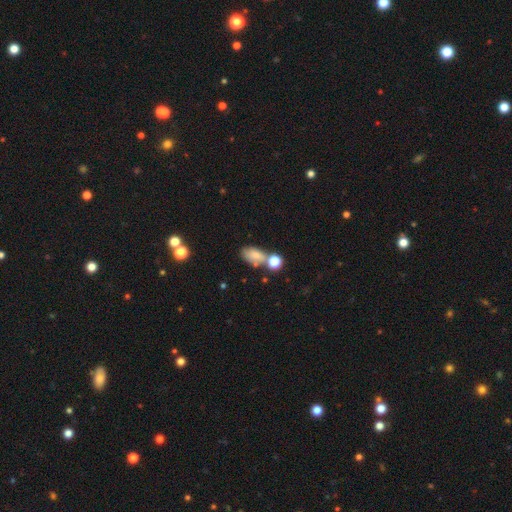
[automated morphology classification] Overall: smooth (75%). How rounded: in between (85%). Merging: none (45%; merger 29%).